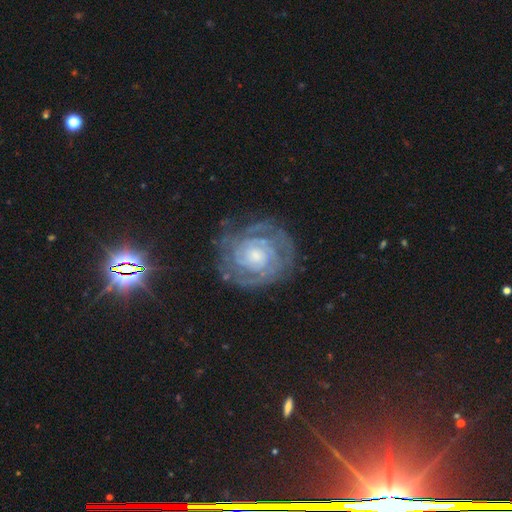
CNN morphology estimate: Q: Smooth or featured?
A: featured or disk (84%); runner-up: smooth (9%)
Q: Edge-on disk?
A: no (98%); runner-up: yes (2%)
Q: Bar?
A: no (73%); runner-up: weak (22%)
Q: Spiral arms?
A: yes (94%); runner-up: no (6%)
Q: Spiral winding?
A: tight (74%); runner-up: medium (21%)
Q: Spiral arm count?
A: can't tell (40%); runner-up: 2 (21%)
Q: Bulge size?
A: small (43%); runner-up: moderate (40%)
Q: Merging?
A: none (74%); runner-up: minor disturbance (16%)